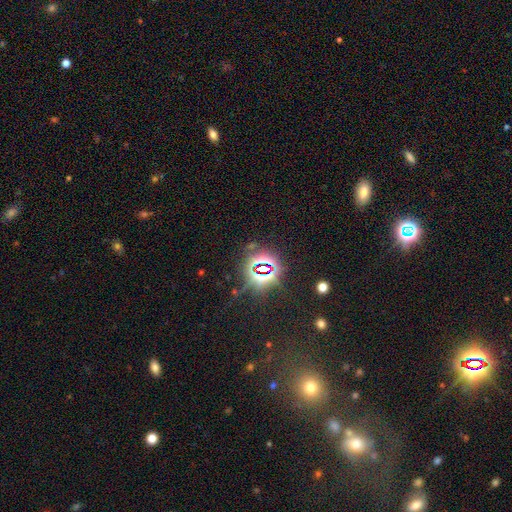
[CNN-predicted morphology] This is likely a star or artifact rather than a galaxy (75%).